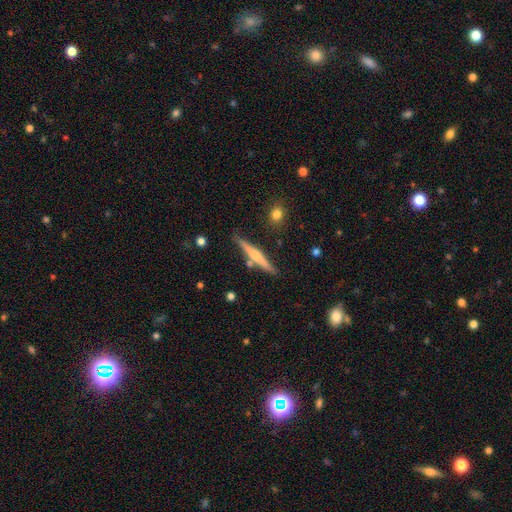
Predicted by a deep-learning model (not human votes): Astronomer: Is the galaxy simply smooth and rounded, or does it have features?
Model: featured or disk — 52% (runner-up: smooth, 42%).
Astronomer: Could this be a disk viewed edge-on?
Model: yes — 97%.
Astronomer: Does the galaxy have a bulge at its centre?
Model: rounded — 61%.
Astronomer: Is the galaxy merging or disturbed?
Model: none — 81%.